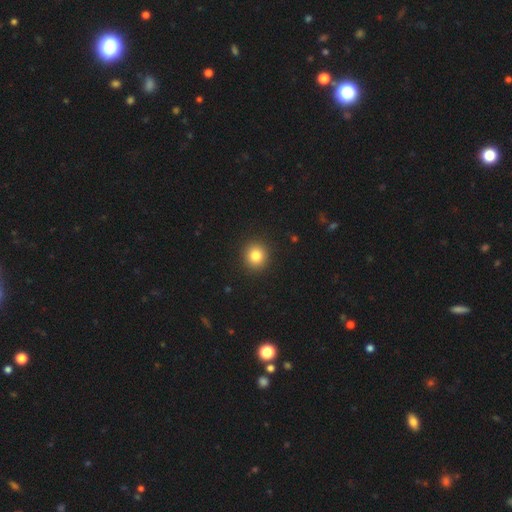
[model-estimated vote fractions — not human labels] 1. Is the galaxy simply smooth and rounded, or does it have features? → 83% smooth, 11% star or artifact, 6% featured or disk.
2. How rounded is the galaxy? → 91% round, 8% in between, 1% cigar-shaped.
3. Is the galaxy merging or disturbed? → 92% none, 5% minor disturbance, 2% major disturbance, 1% merger.